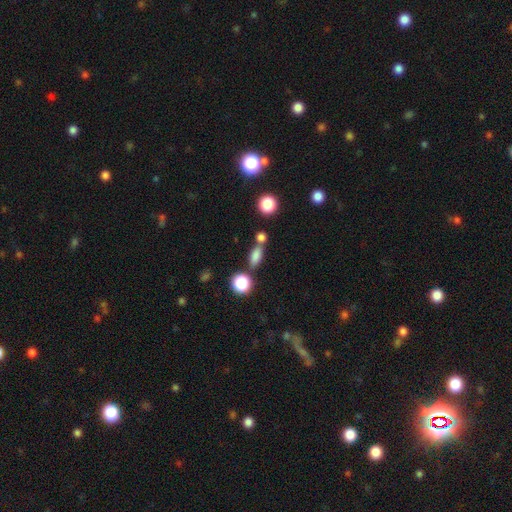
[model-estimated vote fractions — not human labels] smooth 79%, star or artifact 13%, featured or disk 8%. Down the decision tree: how rounded — in between (70%); merging — none (59%).